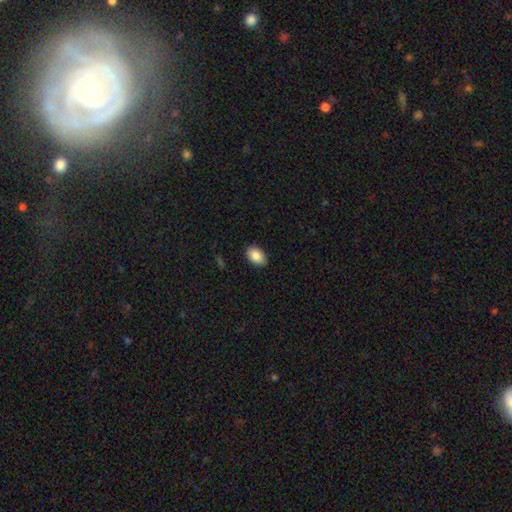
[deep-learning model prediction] Overall: smooth (89%). How rounded: in between (86%). Merging: none (89%).